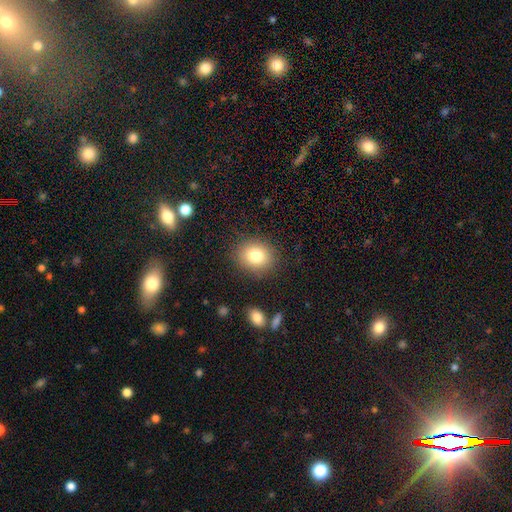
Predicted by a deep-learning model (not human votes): Q: Smooth or featured?
A: smooth (80%); runner-up: star or artifact (10%)
Q: How rounded?
A: round (69%); runner-up: in between (30%)
Q: Merging?
A: none (85%); runner-up: minor disturbance (9%)